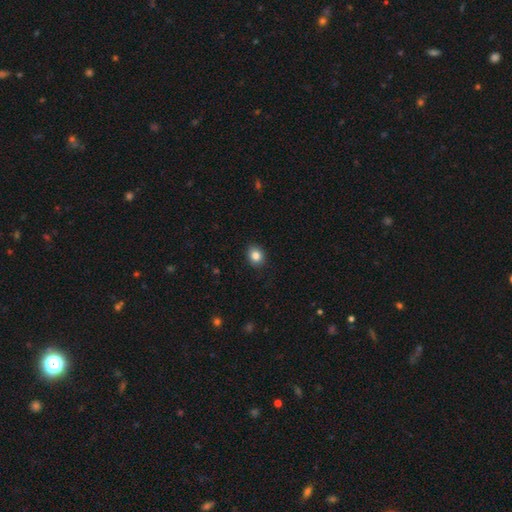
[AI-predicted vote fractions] smooth 84%, star or artifact 10%, featured or disk 6%. Down the decision tree: how rounded — round (58%); merging — none (89%).